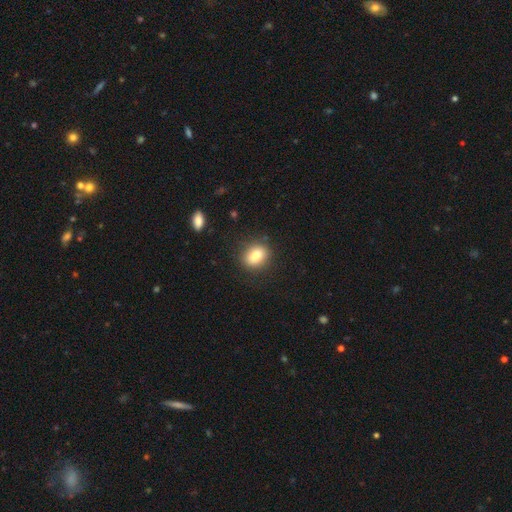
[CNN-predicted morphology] Q: Smooth or featured?
A: smooth (81%); runner-up: star or artifact (9%)
Q: How rounded?
A: in between (54%); runner-up: round (44%)
Q: Merging?
A: none (85%); runner-up: minor disturbance (11%)